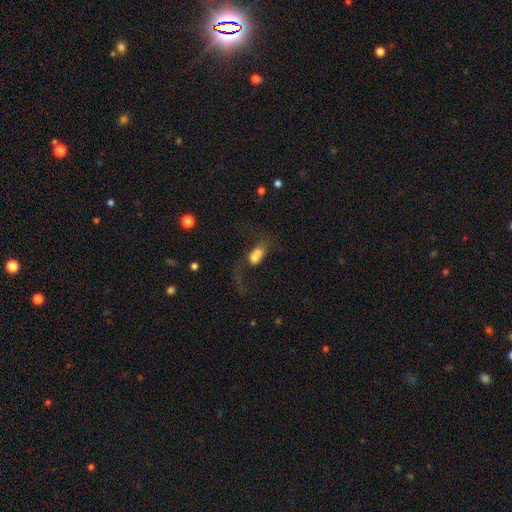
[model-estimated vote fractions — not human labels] Smooth or featured: smooth — 56% (featured or disk — 31%)
How rounded: in between — 65% (round — 30%)
Merging: merger — 57% (major disturbance — 20%)